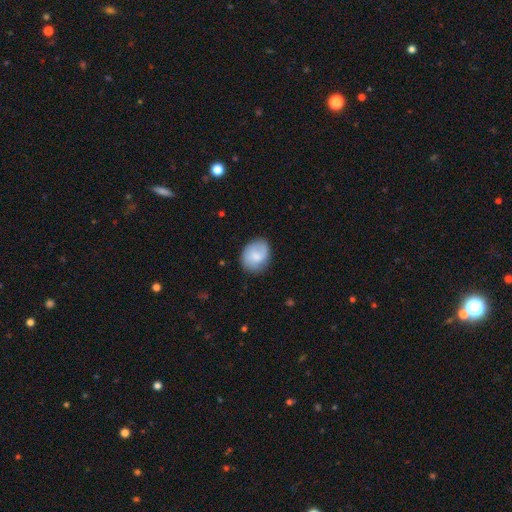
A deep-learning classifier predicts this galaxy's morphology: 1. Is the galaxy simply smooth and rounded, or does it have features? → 68% smooth, 25% featured or disk, 7% star or artifact.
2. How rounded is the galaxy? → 50% round, 49% in between, 1% cigar-shaped.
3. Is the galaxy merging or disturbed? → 74% none, 19% minor disturbance, 5% major disturbance, 1% merger.